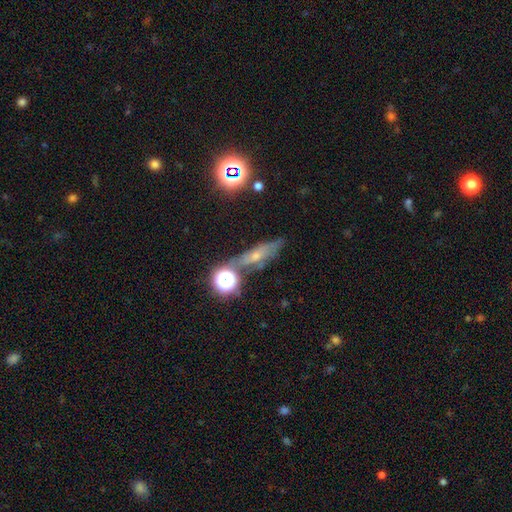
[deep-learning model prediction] Smooth or featured?
  - smooth: 38% *
  - featured or disk: 37%
  - star or artifact: 25%
Merging?
  - none: 64% *
  - minor disturbance: 19%
  - merger: 9%
  - major disturbance: 8%